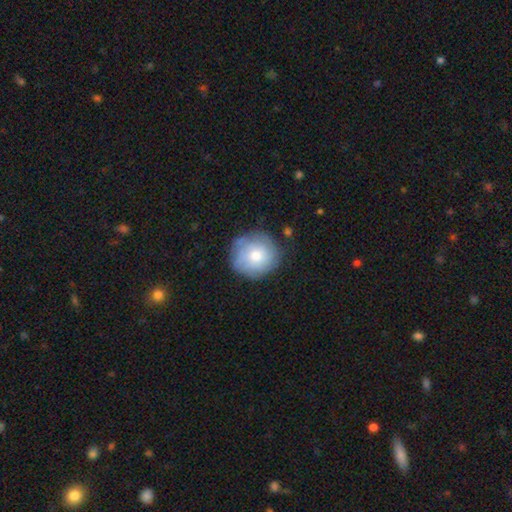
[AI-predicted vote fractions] Q: Smooth or featured?
A: smooth (64%); runner-up: featured or disk (28%)
Q: How rounded?
A: round (91%); runner-up: in between (8%)
Q: Merging?
A: none (76%); runner-up: minor disturbance (17%)